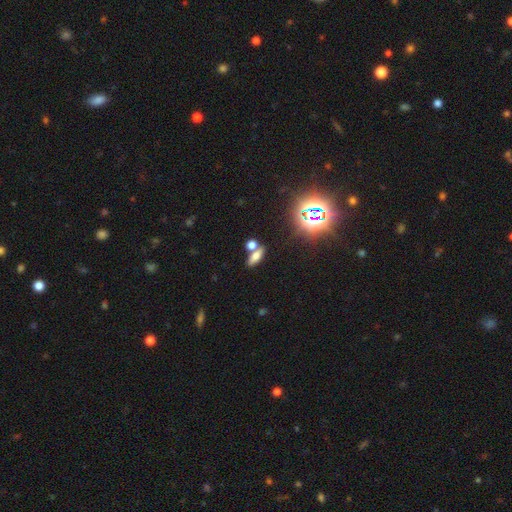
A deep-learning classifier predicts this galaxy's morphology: smooth-or-featured: smooth: 63% | star or artifact: 21% | featured or disk: 16%
  how-rounded: in between: 67% | cigar-shaped: 23% | round: 10%
  merging: none: 55% | merger: 31% | minor disturbance: 10% | major disturbance: 4%